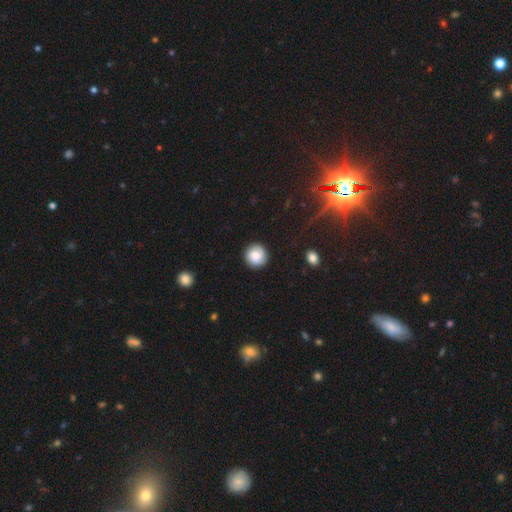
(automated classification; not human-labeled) Smooth or featured? smooth (82%)
How rounded? round (94%)
Merging? none (89%)